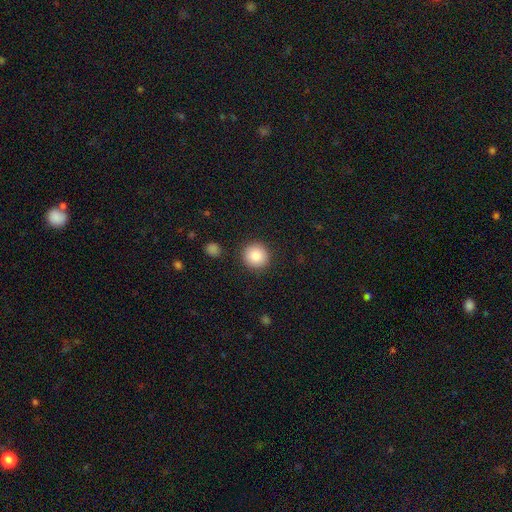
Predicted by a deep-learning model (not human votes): smooth_or_featured: smooth (p=0.86) [alt: star or artifact p=0.09]
how_rounded: round (p=0.94) [alt: in between p=0.05]
merging: none (p=0.90) [alt: minor disturbance p=0.06]